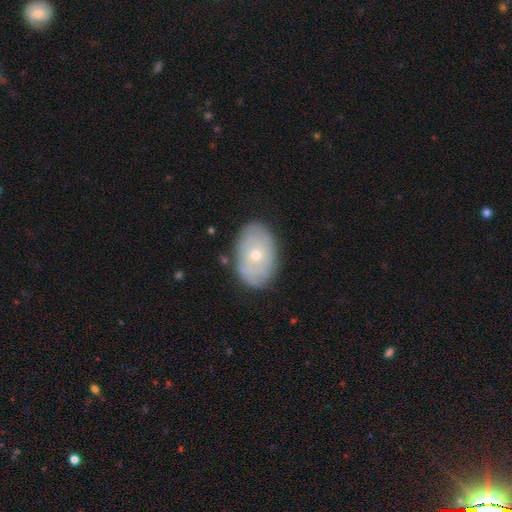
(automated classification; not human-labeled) A featured or disk galaxy (48%). Merging: none (81%).